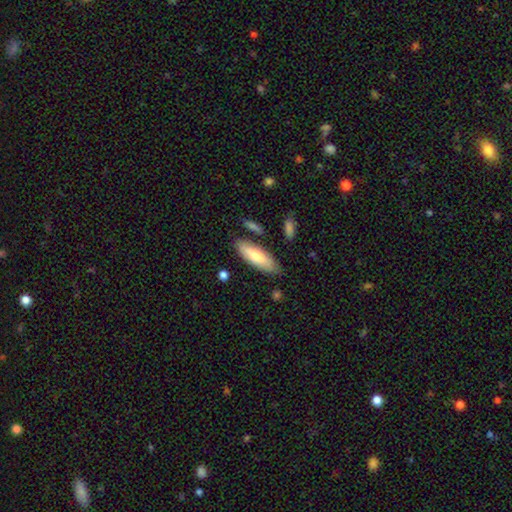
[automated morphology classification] This appears to be a smooth galaxy with no disk features (69%) that is in between round and cigar-shaped (59%). Merging: none (79%).